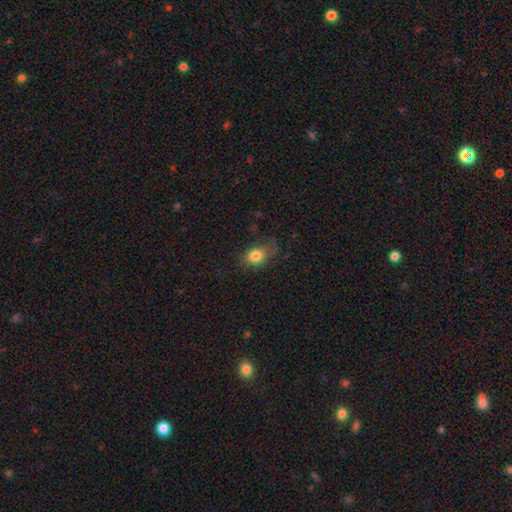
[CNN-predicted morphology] smooth_or_featured: smooth (p=0.81) [alt: featured or disk p=0.10]
how_rounded: in between (p=0.67) [alt: round p=0.31]
merging: none (p=0.60) [alt: minor disturbance p=0.25]